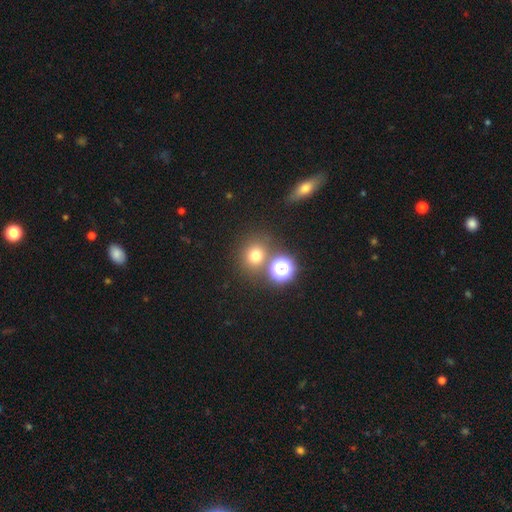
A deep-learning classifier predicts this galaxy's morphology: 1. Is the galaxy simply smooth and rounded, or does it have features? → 71% smooth, 21% star or artifact, 8% featured or disk.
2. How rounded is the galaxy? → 83% round, 16% in between, 1% cigar-shaped.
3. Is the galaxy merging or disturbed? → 74% none, 14% merger, 8% minor disturbance, 4% major disturbance.